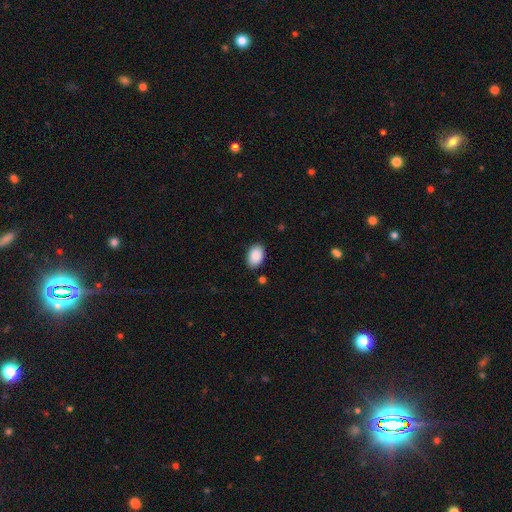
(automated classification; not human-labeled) Smooth or featured? Predicted: smooth (p=0.90). How rounded? Predicted: in between (p=0.88). Merging? Predicted: none (p=0.87).